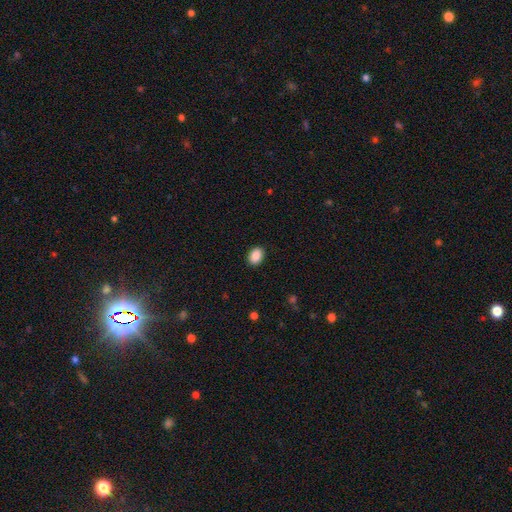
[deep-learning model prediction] Overall: smooth (89%). How rounded: in between (73%). Merging: none (90%).